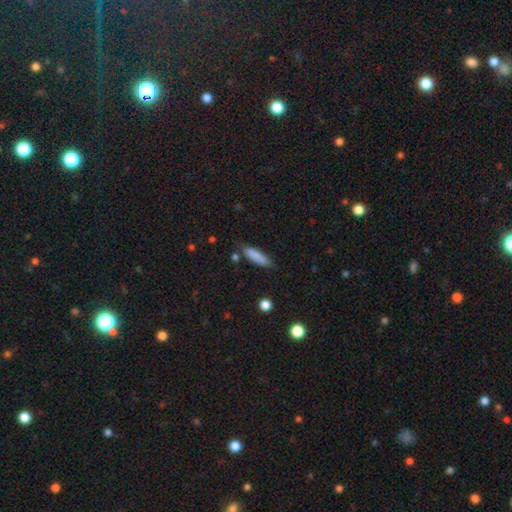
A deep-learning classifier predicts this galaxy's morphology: smooth-or-featured: smooth: 85% | featured or disk: 8% | star or artifact: 7%
  how-rounded: cigar-shaped: 63% | in between: 36% | round: 2%
  merging: none: 75% | minor disturbance: 18% | major disturbance: 4% | merger: 3%